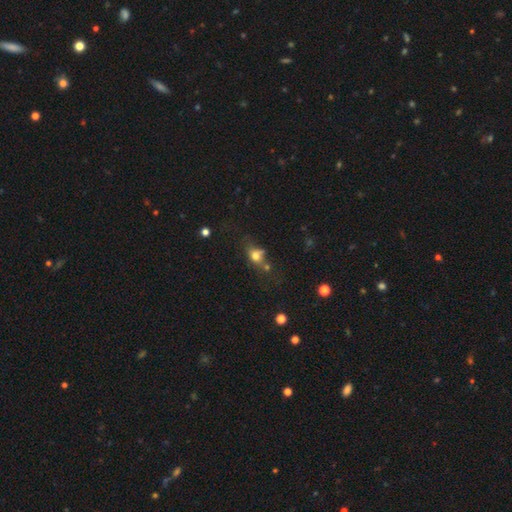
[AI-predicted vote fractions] smooth 67%, featured or disk 17%, star or artifact 16%. Down the decision tree: how rounded — in between (52%); merging — none (43%).